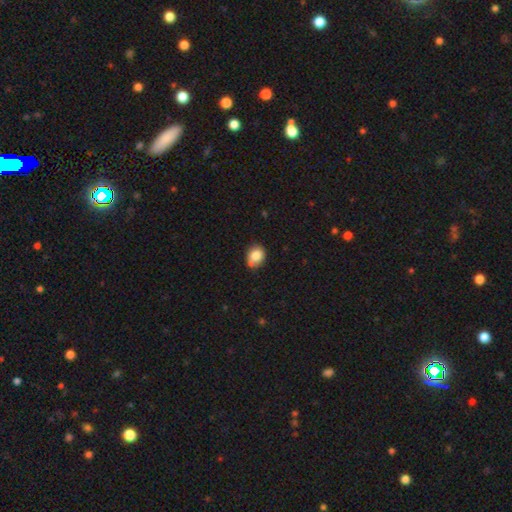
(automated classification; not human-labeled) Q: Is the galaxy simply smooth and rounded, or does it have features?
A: smooth — 82%.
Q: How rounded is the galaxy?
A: in between — 53%.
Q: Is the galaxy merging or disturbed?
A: none — 62%.